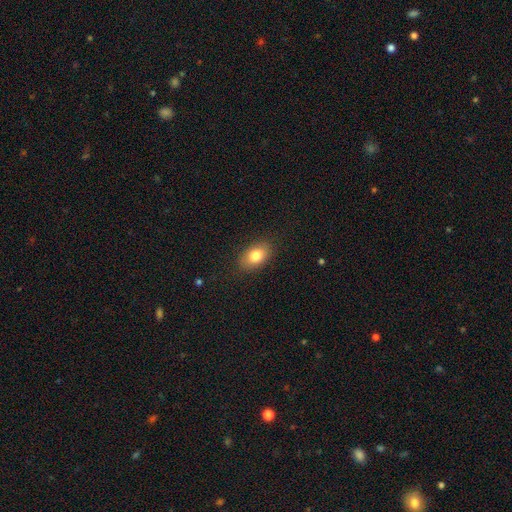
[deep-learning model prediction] Smooth or featured? smooth (80%)
How rounded? in between (86%)
Merging? none (86%)